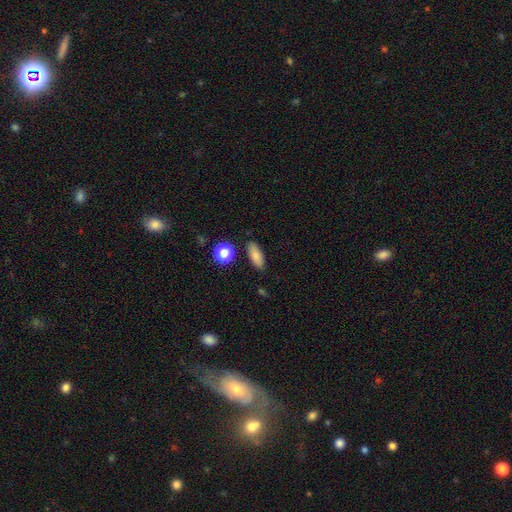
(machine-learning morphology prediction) smooth 82%, star or artifact 9%, featured or disk 9%. Down the decision tree: how rounded — in between (74%); merging — none (86%).